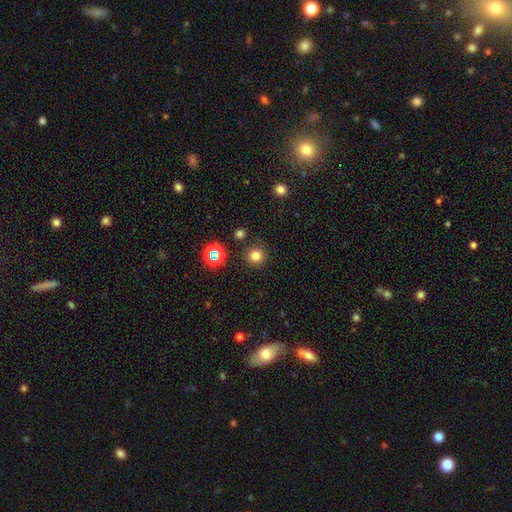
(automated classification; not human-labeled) The model was most divided on "smooth or featured": smooth: 77%, star or artifact: 18%, featured or disk: 5%. More confident: how rounded — round (94%); merging — none (87%).